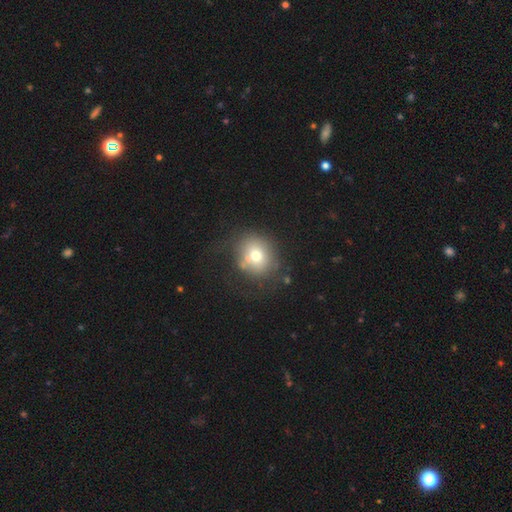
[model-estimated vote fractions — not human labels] smooth-or-featured: smooth: 70% | featured or disk: 18% | star or artifact: 12%
  how-rounded: round: 76% | in between: 23% | cigar-shaped: 1%
  merging: none: 64% | minor disturbance: 19% | major disturbance: 11% | merger: 7%